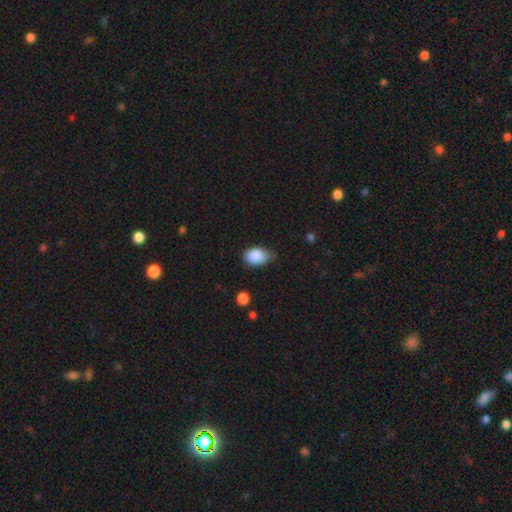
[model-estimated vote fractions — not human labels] smooth 88%, star or artifact 8%, featured or disk 5%. Down the decision tree: how rounded — in between (83%); merging — none (55%).